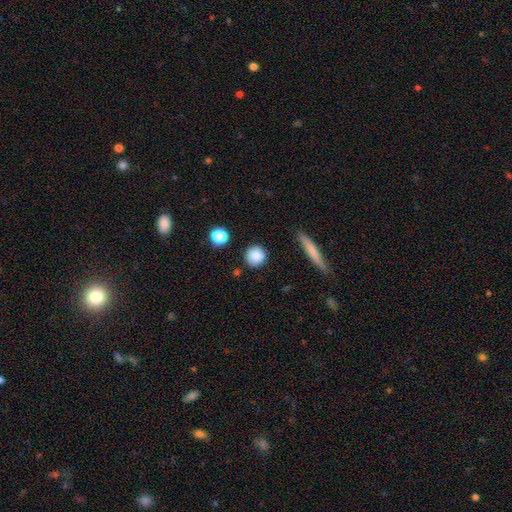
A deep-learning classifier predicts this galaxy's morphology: Q: Smooth or featured?
A: smooth (86%); runner-up: star or artifact (8%)
Q: How rounded?
A: round (90%); runner-up: in between (8%)
Q: Merging?
A: none (85%); runner-up: minor disturbance (9%)